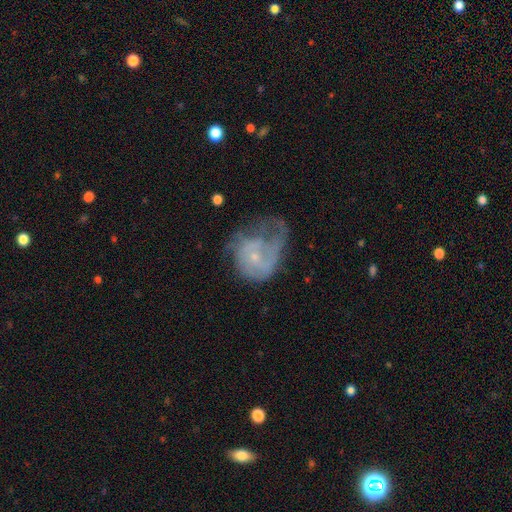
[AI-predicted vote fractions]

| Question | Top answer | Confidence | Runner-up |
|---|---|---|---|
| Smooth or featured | featured or disk | 65% | smooth (26%) |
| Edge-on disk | no | 98% | yes (2%) |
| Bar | no | 74% | weak (23%) |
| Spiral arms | yes | 67% | no (33%) |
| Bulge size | small | 72% | moderate (17%) |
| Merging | major disturbance | 52% | none (23%) |